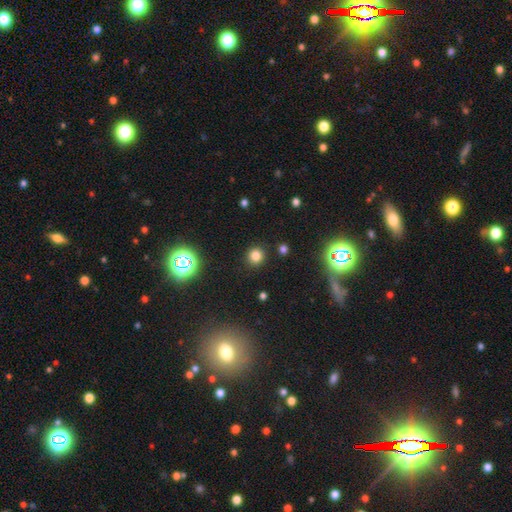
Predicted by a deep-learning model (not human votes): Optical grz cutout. It shows a smooth galaxy with no disk features (77%) that is round (91%). Merging: none (90%).